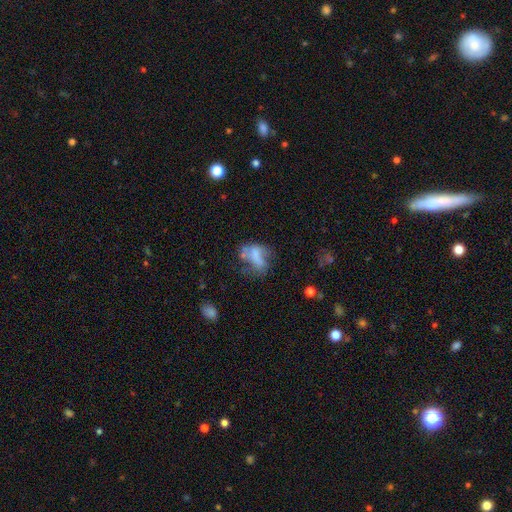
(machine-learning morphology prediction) Overall: smooth (52%; featured or disk 36%). How rounded: in between (79%). Merging: major disturbance (34%; none 28%).